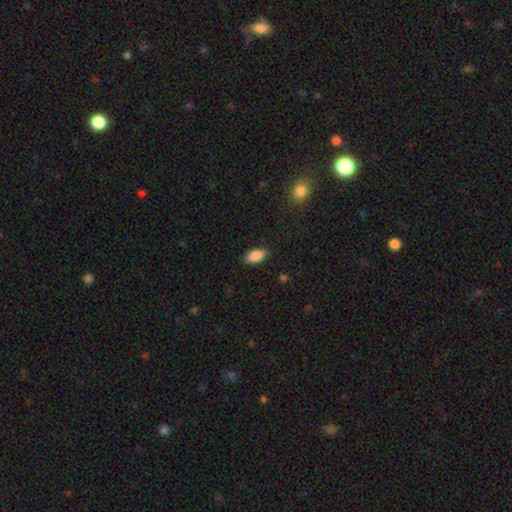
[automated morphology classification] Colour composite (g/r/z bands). It shows a smooth galaxy with no disk features (88%) that is in between round and cigar-shaped (92%). Merging: none (87%).